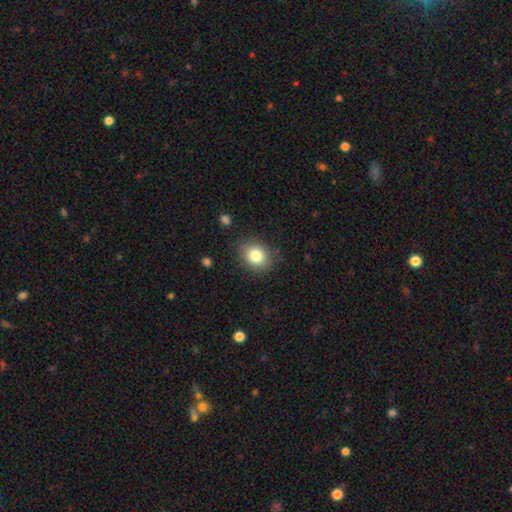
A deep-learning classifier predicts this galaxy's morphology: A smooth galaxy with no disk features (83%) that is round (54%).

Vote fractions:
- Smooth or featured? smooth: 83% / star or artifact: 10% / featured or disk: 8%
- How rounded? round: 54% / in between: 45% / cigar-shaped: 1%
- Merging? none: 84% / minor disturbance: 11% / major disturbance: 3% / merger: 1%